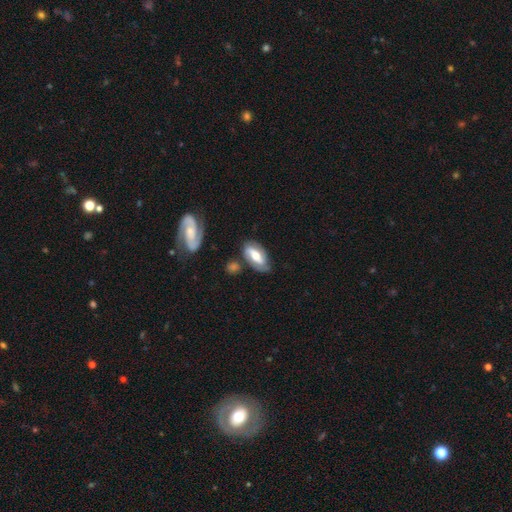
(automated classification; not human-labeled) Smooth or featured? Predicted: featured or disk (p=0.63). Edge-on disk? Predicted: no (p=0.89). Bar? Predicted: strong (p=0.39). Spiral arms? Predicted: yes (p=0.81). Bulge size? Predicted: moderate (p=0.68). Merging? Predicted: none (p=0.66).